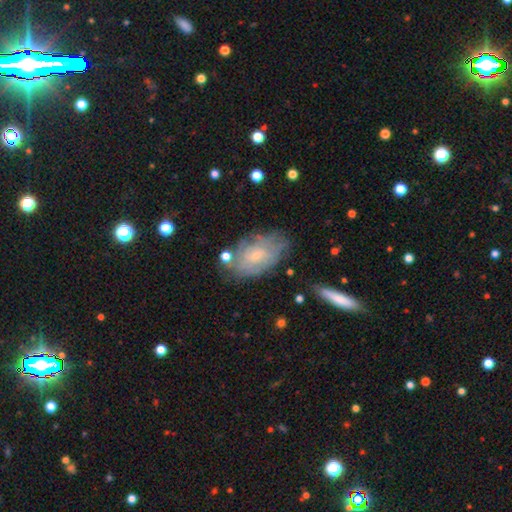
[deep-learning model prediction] smooth_or_featured: featured or disk (p=0.56) [alt: smooth p=0.37]
disk_edge_on: no (p=0.93) [alt: yes p=0.07]
bar: no (p=0.74) [alt: weak p=0.22]
has_spiral_arms: yes (p=0.66) [alt: no p=0.34]
bulge_size: small (p=0.65) [alt: moderate p=0.26]
merging: none (p=0.63) [alt: minor disturbance p=0.23]